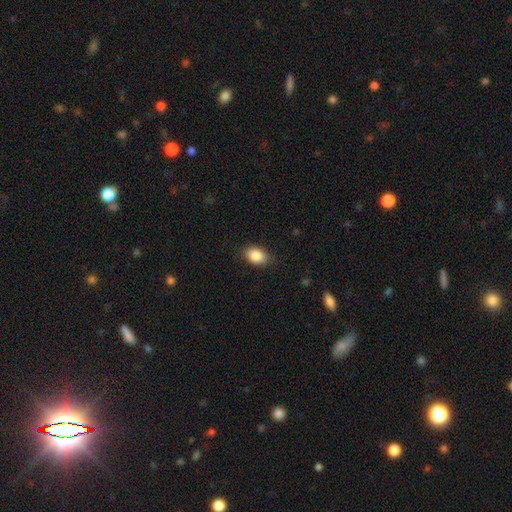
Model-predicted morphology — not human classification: Q: Smooth or featured?
A: smooth (87%); runner-up: star or artifact (8%)
Q: How rounded?
A: in between (86%); runner-up: round (13%)
Q: Merging?
A: none (86%); runner-up: minor disturbance (11%)